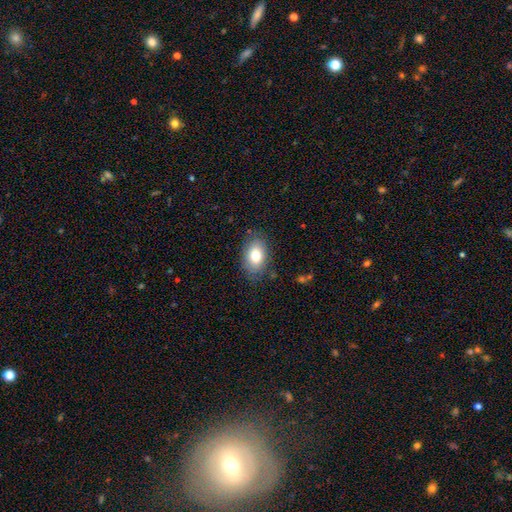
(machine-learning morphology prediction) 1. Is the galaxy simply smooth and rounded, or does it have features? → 78% smooth, 15% featured or disk, 8% star or artifact.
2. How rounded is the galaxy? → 90% in between, 8% round, 2% cigar-shaped.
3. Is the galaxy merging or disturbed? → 80% none, 15% minor disturbance, 4% major disturbance, 1% merger.